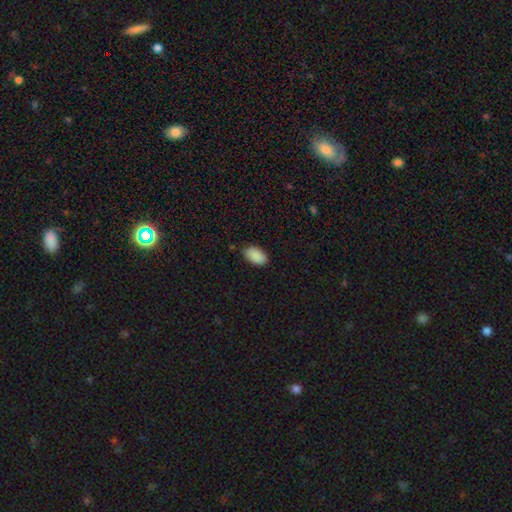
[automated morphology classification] Q: Smooth or featured?
A: smooth (90%); runner-up: star or artifact (7%)
Q: How rounded?
A: in between (95%); runner-up: round (4%)
Q: Merging?
A: none (85%); runner-up: minor disturbance (12%)